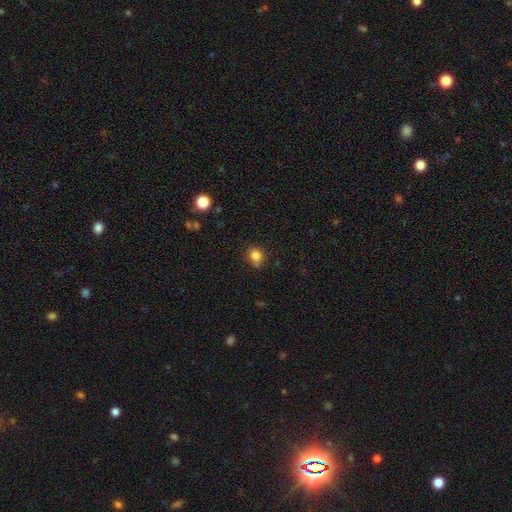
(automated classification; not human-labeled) Overall: smooth (83%). How rounded: round (85%). Merging: none (73%).